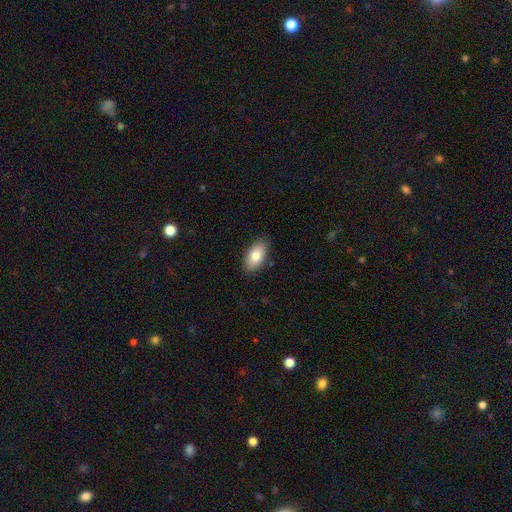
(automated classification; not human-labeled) Smooth or featured? Predicted: smooth (p=0.81). How rounded? Predicted: in between (p=0.93). Merging? Predicted: none (p=0.86).